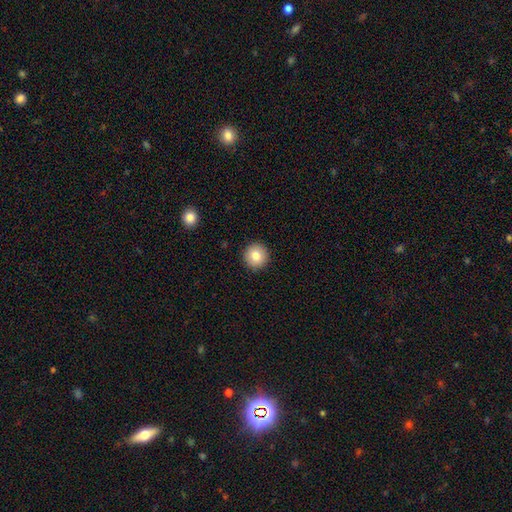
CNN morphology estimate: smooth-or-featured: smooth: 82% | featured or disk: 9% | star or artifact: 9%
  how-rounded: round: 95% | in between: 4% | cigar-shaped: 1%
  merging: none: 93% | minor disturbance: 5% | major disturbance: 2% | merger: 1%